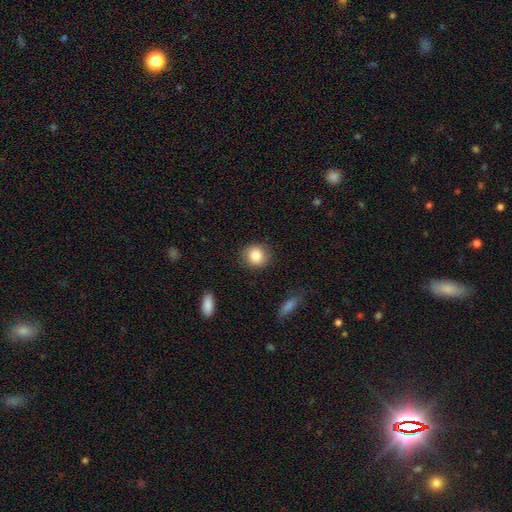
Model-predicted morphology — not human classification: Smooth or featured: smooth — 85% (star or artifact — 8%)
How rounded: round — 81% (in between — 18%)
Merging: none — 88% (minor disturbance — 9%)